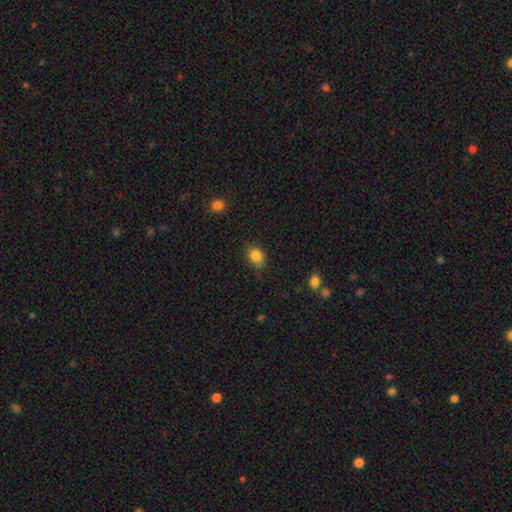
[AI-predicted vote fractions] A smooth galaxy with no disk features (84%) that is in between round and cigar-shaped (57%). Merging: none (77%).